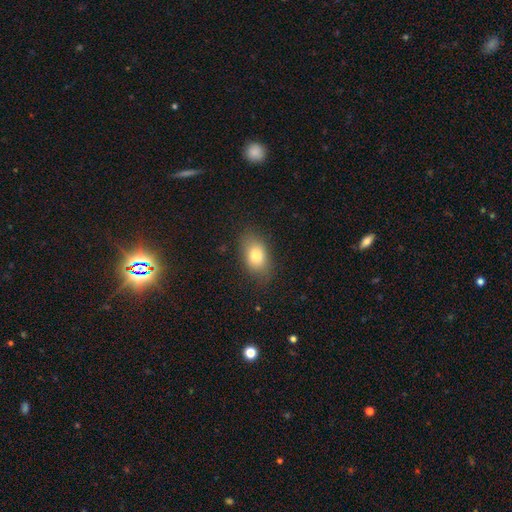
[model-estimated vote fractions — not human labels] Smooth or featured?
  - smooth: 78% *
  - featured or disk: 13%
  - star or artifact: 9%
How rounded?
  - in between: 84% *
  - round: 14%
  - cigar-shaped: 2%
Merging?
  - none: 79% *
  - minor disturbance: 15%
  - major disturbance: 4%
  - merger: 1%